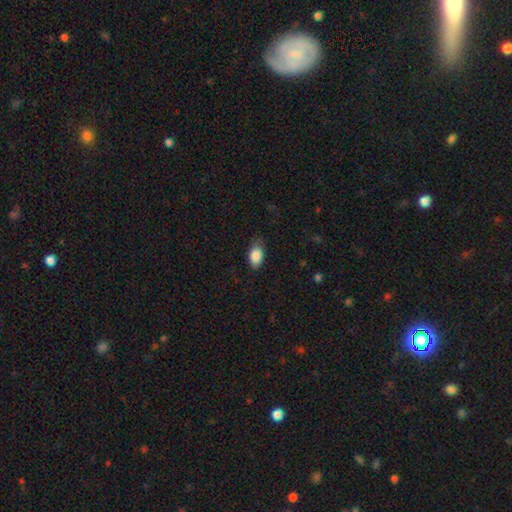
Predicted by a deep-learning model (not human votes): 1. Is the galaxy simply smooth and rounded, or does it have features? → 88% smooth, 7% star or artifact, 6% featured or disk.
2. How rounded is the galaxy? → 91% in between, 7% round, 2% cigar-shaped.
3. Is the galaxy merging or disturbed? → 68% none, 25% minor disturbance, 6% major disturbance, 1% merger.